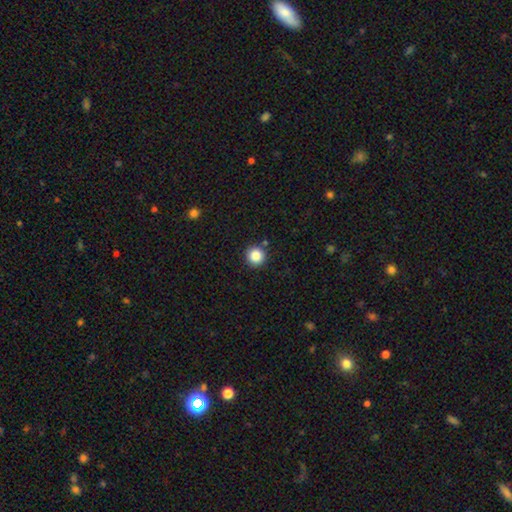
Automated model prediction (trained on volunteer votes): Smooth or featured? smooth (86%)
How rounded? round (95%)
Merging? none (88%)